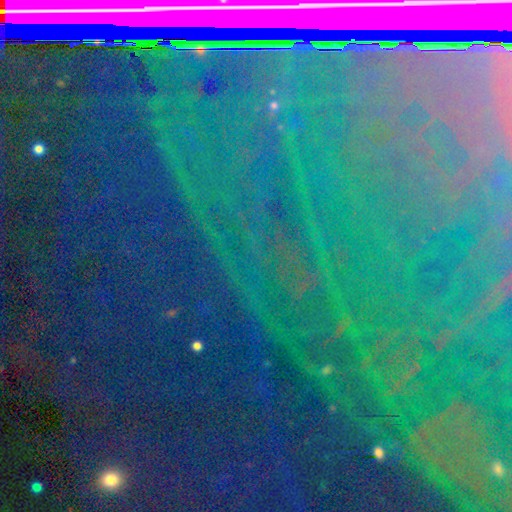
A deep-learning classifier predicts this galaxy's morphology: This appears to be a star or artifact, not a galaxy (85%).